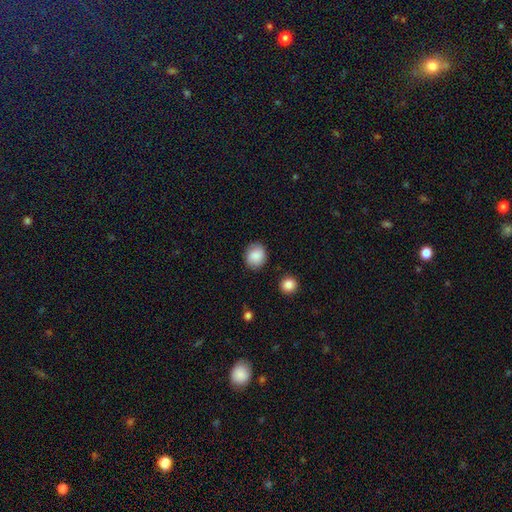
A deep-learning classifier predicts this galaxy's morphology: Overall: smooth (84%). How rounded: round (66%; in between 33%). Merging: none (83%).